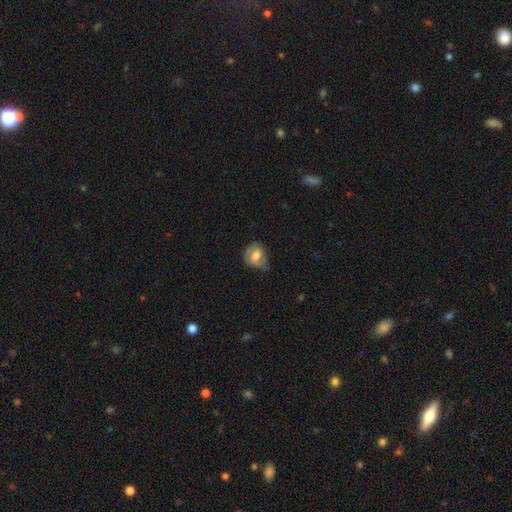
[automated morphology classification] Smooth or featured? smooth (54%)
How rounded? round (53%)
Merging? none (44%)